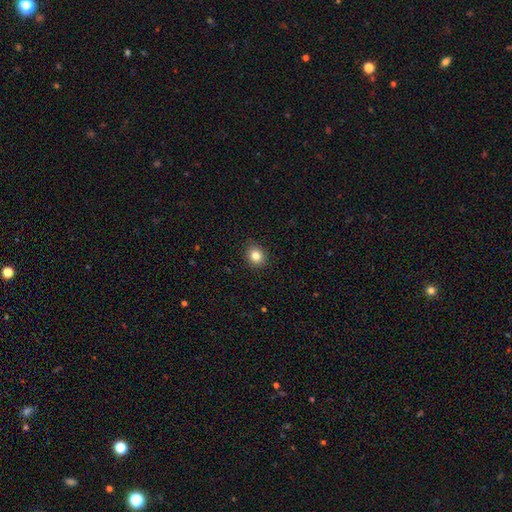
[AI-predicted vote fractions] smooth-or-featured: smooth: 83% | star or artifact: 11% | featured or disk: 6%
  how-rounded: round: 69% | in between: 30% | cigar-shaped: 1%
  merging: none: 89% | minor disturbance: 8% | major disturbance: 2% | merger: 1%